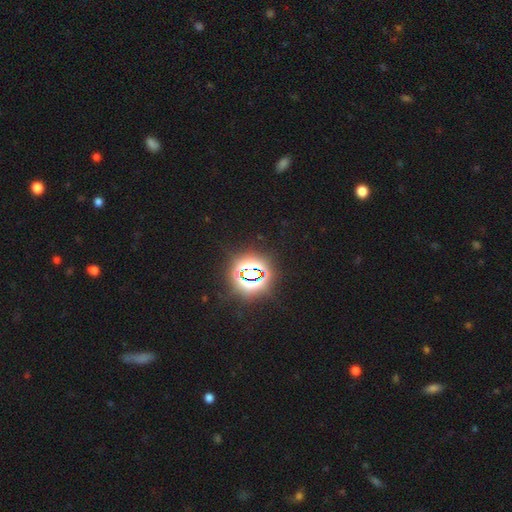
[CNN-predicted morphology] Q: Smooth or featured?
A: star or artifact (81%); runner-up: smooth (12%)